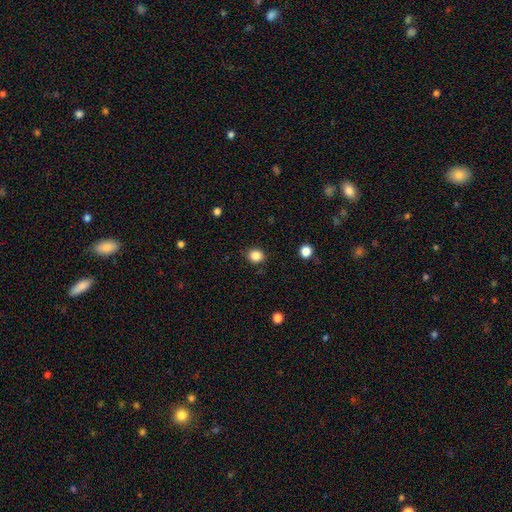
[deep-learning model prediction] smooth_or_featured: smooth (p=0.85) [alt: star or artifact p=0.11]
how_rounded: round (p=0.77) [alt: in between p=0.22]
merging: none (p=0.87) [alt: minor disturbance p=0.09]